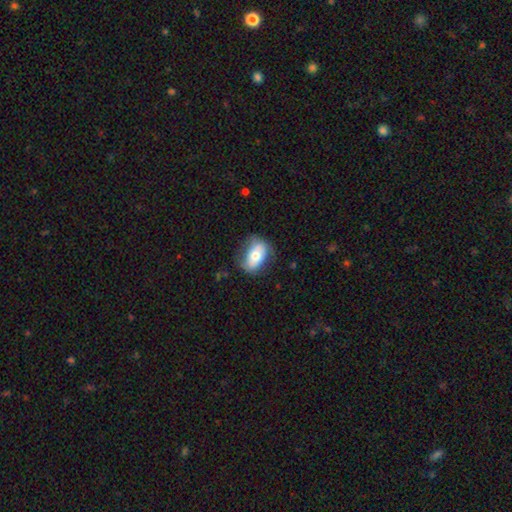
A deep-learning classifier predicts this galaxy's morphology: This is likely a smooth galaxy (63%). How rounded: clearly in between (86%). Merging: likely none (68%).